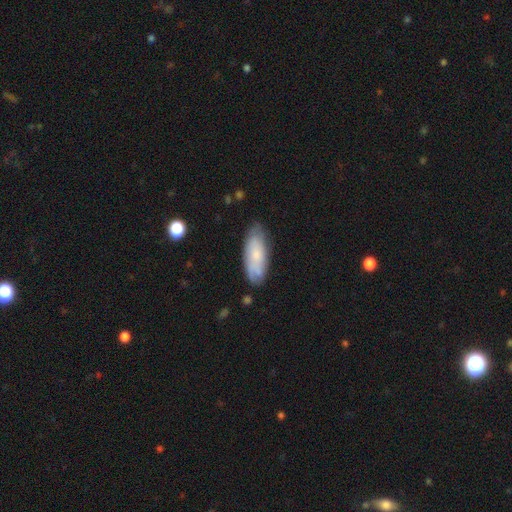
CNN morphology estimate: smooth-or-featured: smooth: 66% | featured or disk: 28% | star or artifact: 7%
  how-rounded: in between: 76% | cigar-shaped: 23% | round: 2%
  merging: none: 73% | minor disturbance: 21% | major disturbance: 4% | merger: 2%